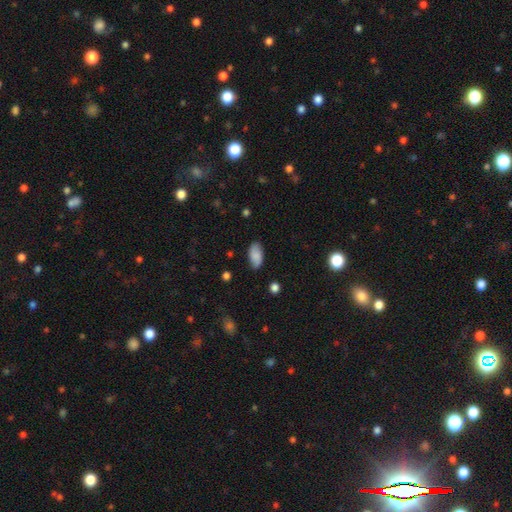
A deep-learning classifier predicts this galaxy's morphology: smooth 82%, featured or disk 11%, star or artifact 7%. Down the decision tree: how rounded — in between (94%); merging — none (81%).